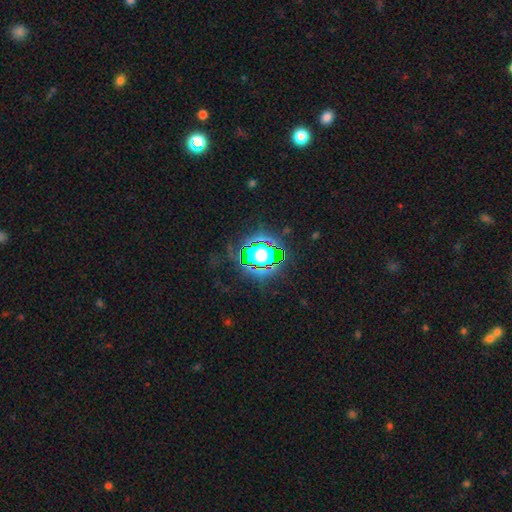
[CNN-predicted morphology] A star or artifact, not a galaxy (79%).

Vote fractions:
- Smooth or featured? star or artifact: 79% / smooth: 13% / featured or disk: 8%